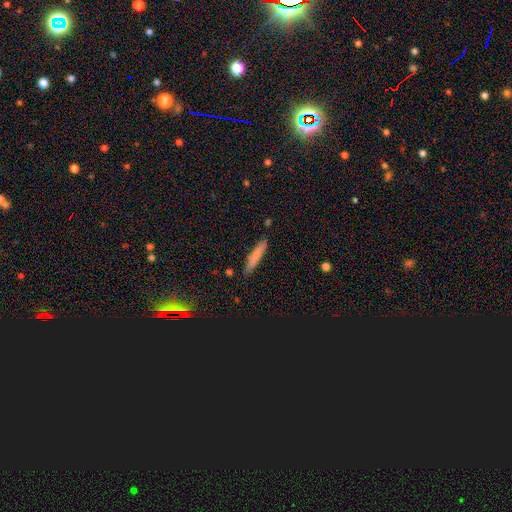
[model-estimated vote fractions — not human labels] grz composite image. It shows a smooth galaxy with no disk features (74%) that is cigar-shaped (92%). Merging: none (86%).